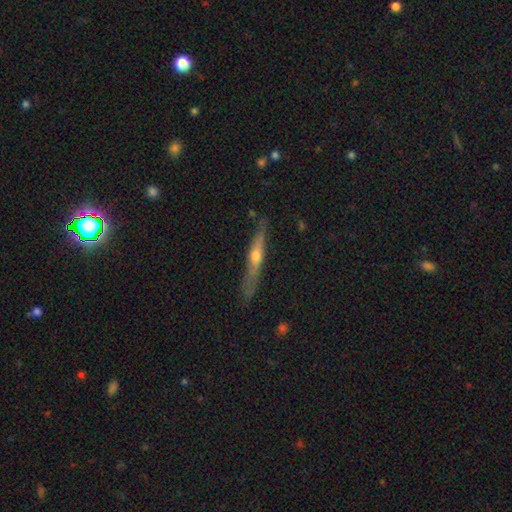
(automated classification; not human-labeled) Morphology: type=featured or disk (61%); edge-on=yes (93%); edge-on bulge=rounded (85%); merging=none (79%).